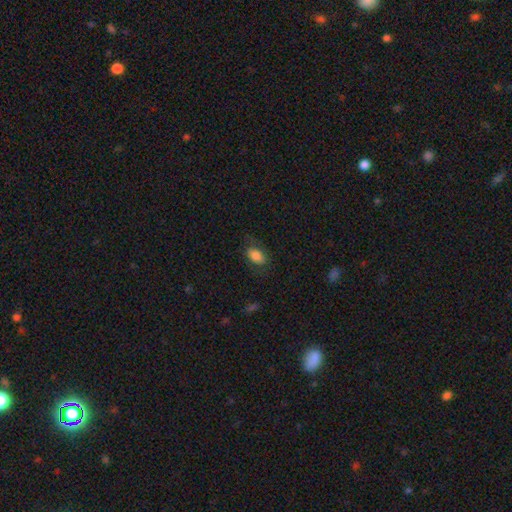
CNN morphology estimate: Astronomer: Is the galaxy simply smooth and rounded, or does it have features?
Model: smooth — 81%.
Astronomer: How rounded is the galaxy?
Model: in between — 90%.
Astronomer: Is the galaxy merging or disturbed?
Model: none — 72%.